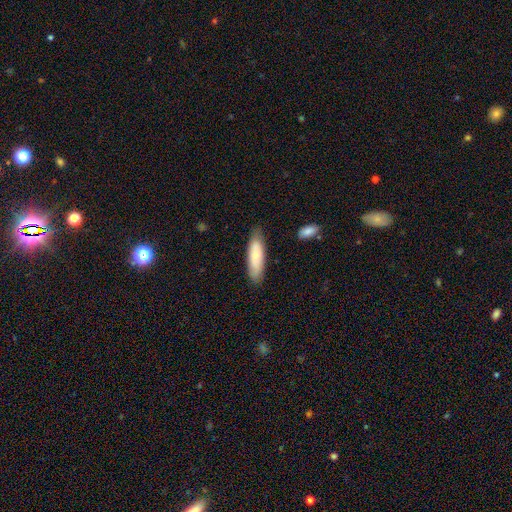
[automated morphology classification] Smooth or featured? smooth (72%)
How rounded? cigar-shaped (54%)
Merging? none (80%)